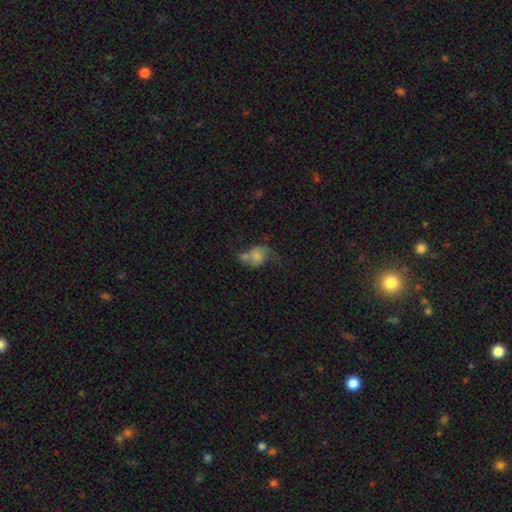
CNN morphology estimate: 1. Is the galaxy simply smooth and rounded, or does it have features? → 47% featured or disk, 42% smooth, 11% star or artifact.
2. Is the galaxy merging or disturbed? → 31% none, 29% major disturbance, 21% minor disturbance, 19% merger.